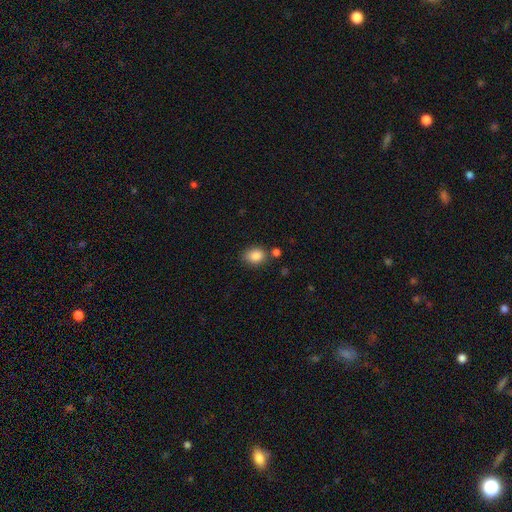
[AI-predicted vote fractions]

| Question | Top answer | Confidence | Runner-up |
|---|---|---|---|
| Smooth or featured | smooth | 86% | star or artifact (9%) |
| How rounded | in between | 60% | round (39%) |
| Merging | none | 72% | minor disturbance (16%) |